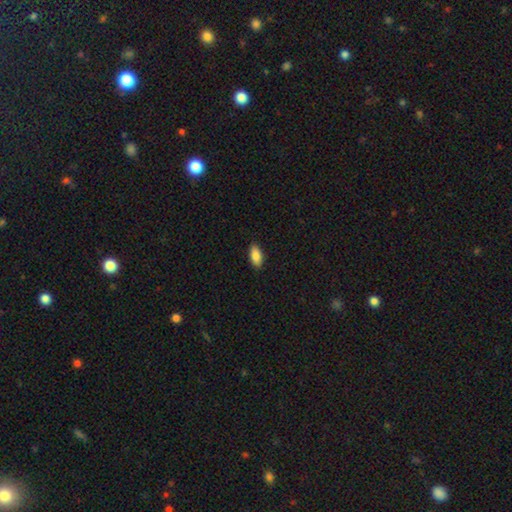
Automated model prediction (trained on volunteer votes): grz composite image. It shows a smooth galaxy with no disk features (86%) that is in between round and cigar-shaped (90%). Merging: none (89%).